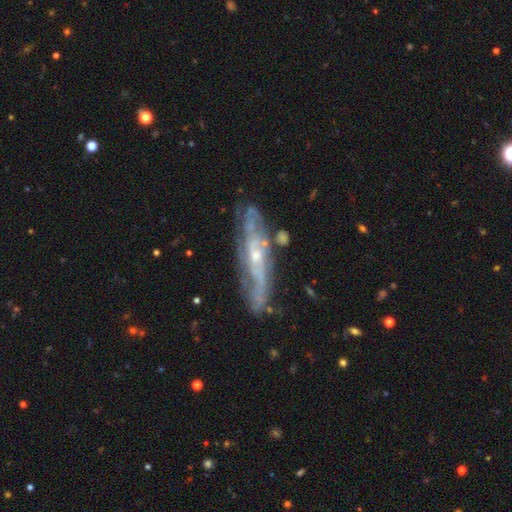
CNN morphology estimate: Smooth or featured?
  - featured or disk: 82% *
  - smooth: 11%
  - star or artifact: 6%
Edge-on disk?
  - no: 67% *
  - yes: 33%
Bar?
  - no: 61% *
  - weak: 30%
  - strong: 9%
Spiral arms?
  - yes: 88% *
  - no: 12%
Bulge size?
  - small: 60% *
  - moderate: 35%
  - none: 2%
  - large: 2%
  - dominant: 1%
Merging?
  - none: 69% *
  - minor disturbance: 19%
  - major disturbance: 7%
  - merger: 4%